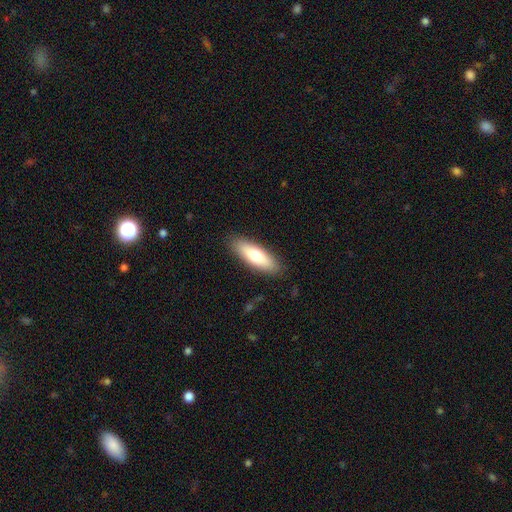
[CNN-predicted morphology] This appears to be a smooth galaxy with no disk features (71%) that is in between round and cigar-shaped (54%). Merging: none (88%).